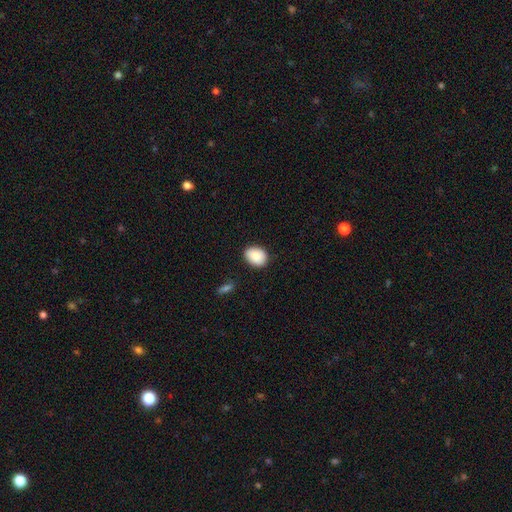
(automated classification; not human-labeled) This is clearly a smooth galaxy (82%). How rounded: likely in between (64%). Merging: clearly none (87%).